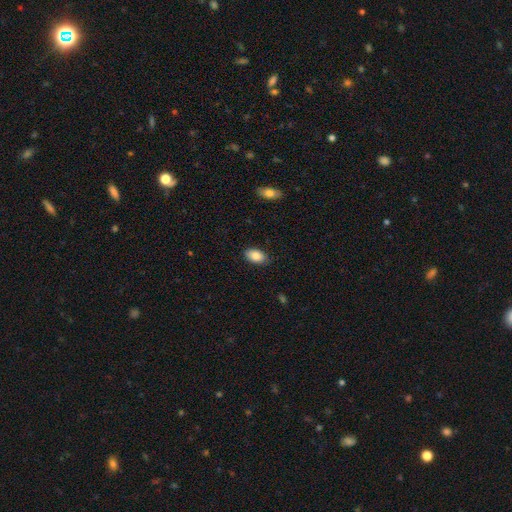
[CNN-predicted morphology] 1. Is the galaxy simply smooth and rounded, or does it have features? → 87% smooth, 7% star or artifact, 6% featured or disk.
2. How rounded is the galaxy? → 93% in between, 5% round, 2% cigar-shaped.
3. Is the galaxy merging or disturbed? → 86% none, 11% minor disturbance, 2% major disturbance, 1% merger.